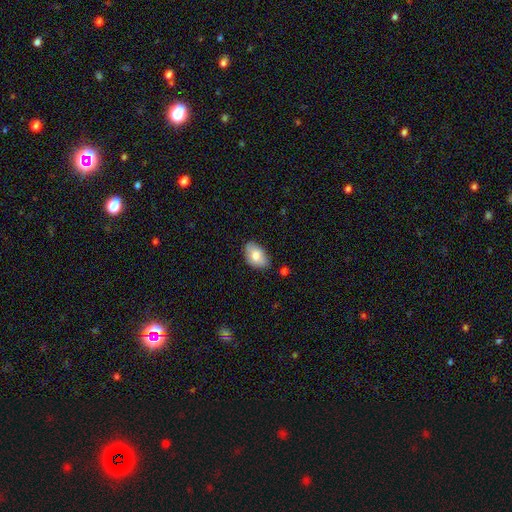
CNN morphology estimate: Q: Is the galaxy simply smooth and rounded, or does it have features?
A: smooth — 76%.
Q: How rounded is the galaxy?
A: in between — 91%.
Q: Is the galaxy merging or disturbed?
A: none — 71%.